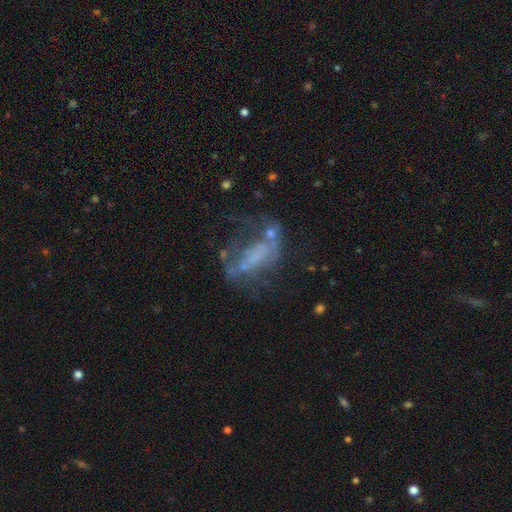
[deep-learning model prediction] smooth-or-featured: featured or disk: 55% | smooth: 26% | star or artifact: 19%
  disk-edge-on: no: 91% | yes: 9%
    bar: no: 66% | weak: 20% | strong: 14%
    has-spiral-arms: no: 73% | yes: 27%
    bulge-size: none: 62% | small: 22% | moderate: 10% | large: 4% | dominant: 2%
  merging: major disturbance: 37% | none: 34% | minor disturbance: 19% | merger: 11%